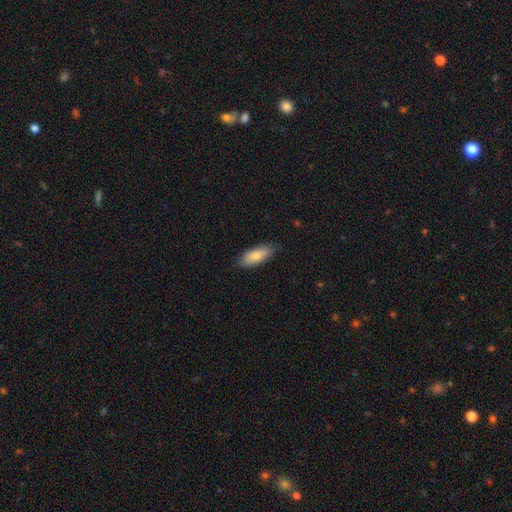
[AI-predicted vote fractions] Smooth or featured?
  - smooth: 78% *
  - featured or disk: 16%
  - star or artifact: 6%
How rounded?
  - in between: 78% *
  - cigar-shaped: 20%
  - round: 2%
Merging?
  - none: 84% *
  - minor disturbance: 13%
  - major disturbance: 2%
  - merger: 1%